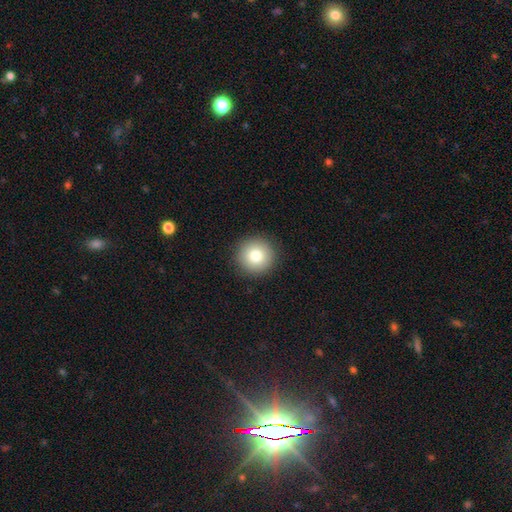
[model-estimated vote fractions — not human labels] This appears to be a smooth galaxy with no disk features (80%) that is round (95%). Merging: none (92%).